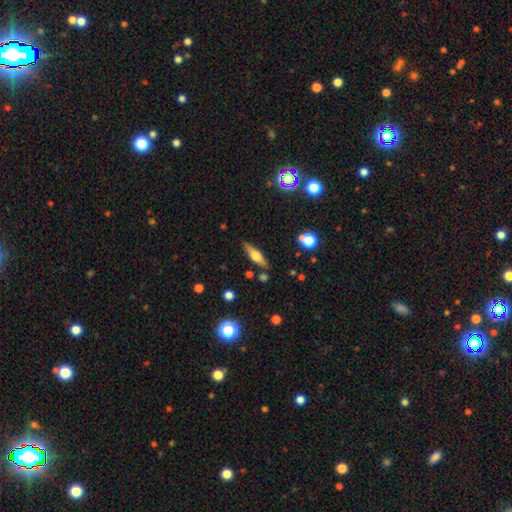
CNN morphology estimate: This is possibly a featured or disk galaxy (53%). It is clearly viewed edge-on (92%). Merging: clearly none (84%).